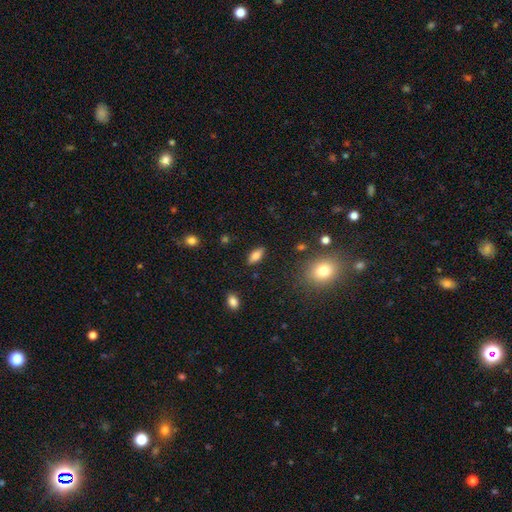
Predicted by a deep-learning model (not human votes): smooth 73%, featured or disk 18%, star or artifact 9%. Down the decision tree: how rounded — in between (79%); merging — none (86%).